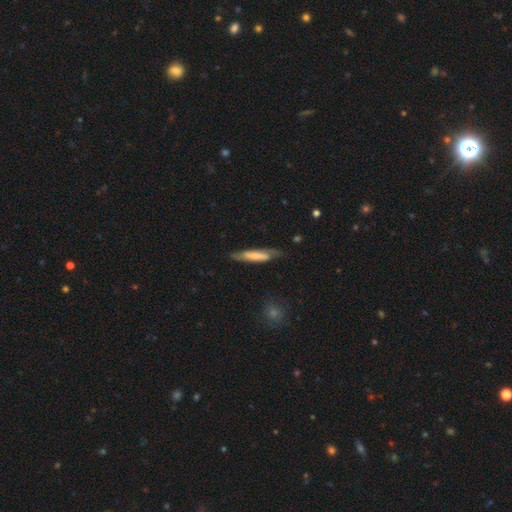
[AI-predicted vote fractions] A smooth galaxy with no disk features (50%).

Vote fractions:
- Smooth or featured? smooth: 50% / featured or disk: 44% / star or artifact: 6%
- Merging? none: 70% / minor disturbance: 21% / major disturbance: 7% / merger: 2%